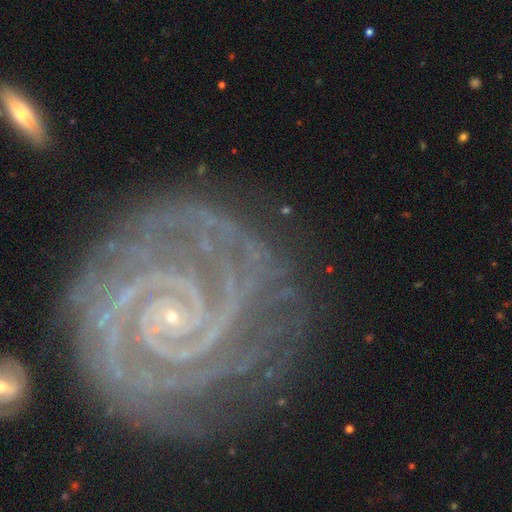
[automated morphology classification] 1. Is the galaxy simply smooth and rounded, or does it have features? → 91% featured or disk, 6% star or artifact, 3% smooth.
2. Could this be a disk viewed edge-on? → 98% no, 2% yes.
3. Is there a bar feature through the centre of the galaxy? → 69% no, 18% weak, 13% strong.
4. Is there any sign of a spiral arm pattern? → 99% yes, 1% no.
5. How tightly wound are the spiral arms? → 83% tight, 15% medium, 2% loose.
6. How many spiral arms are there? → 47% 2, 16% 3, 10% can't tell, 10% 4, 9% more than 4, 7% 1.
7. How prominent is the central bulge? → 88% small, 7% moderate, 2% none, 1% large, 1% dominant.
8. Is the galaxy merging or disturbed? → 74% none, 16% minor disturbance, 8% major disturbance, 2% merger.